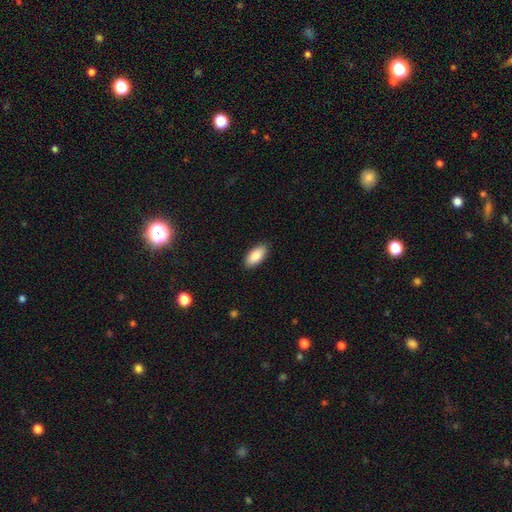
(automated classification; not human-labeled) Overall: smooth (88%). How rounded: in between (91%). Merging: none (88%).